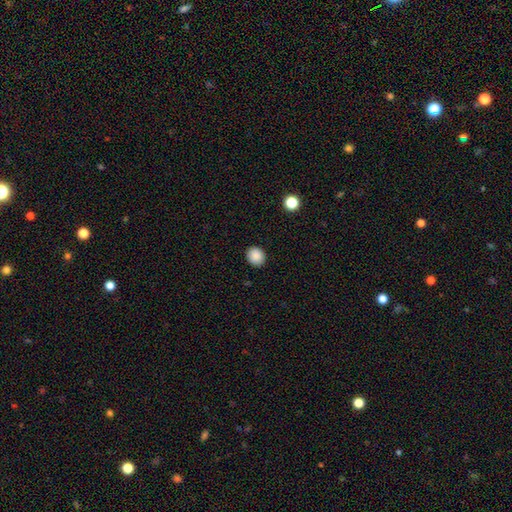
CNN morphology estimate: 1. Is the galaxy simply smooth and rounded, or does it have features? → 88% smooth, 9% star or artifact, 3% featured or disk.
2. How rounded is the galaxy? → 70% round, 29% in between, 1% cigar-shaped.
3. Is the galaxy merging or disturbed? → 89% none, 8% minor disturbance, 2% major disturbance, 1% merger.